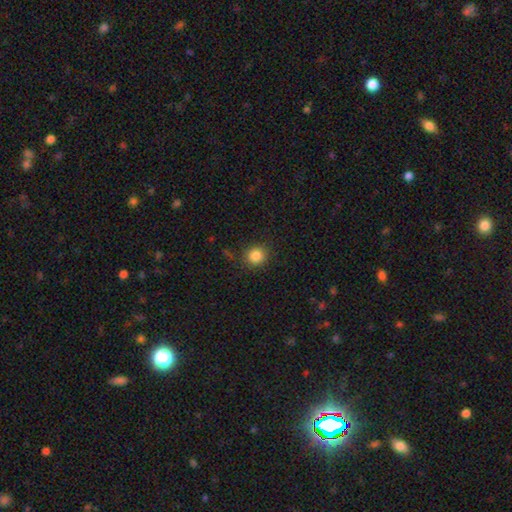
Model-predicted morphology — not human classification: Smooth or featured? smooth (85%)
How rounded? round (87%)
Merging? none (87%)